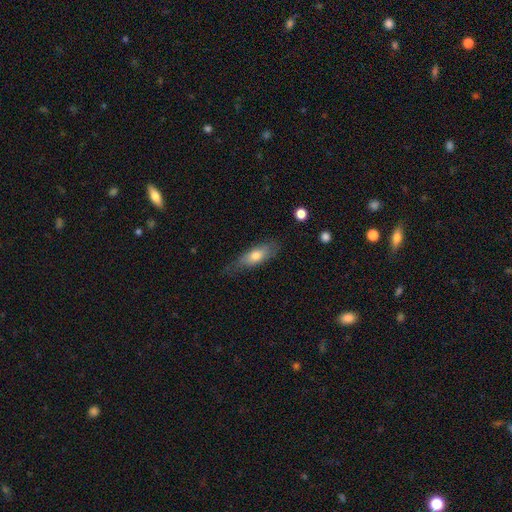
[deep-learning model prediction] Overall: smooth (68%). How rounded: in between (65%; cigar-shaped 31%). Merging: none (65%).